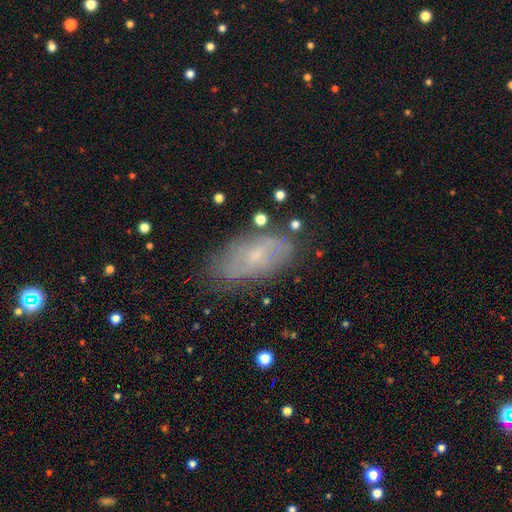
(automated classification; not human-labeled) The model was most divided on "smooth or featured": featured or disk: 46%, smooth: 45%, star or artifact: 9%. More confident: merging — none (70%).